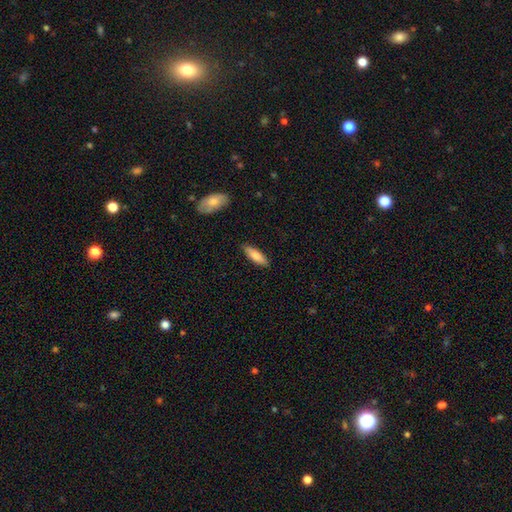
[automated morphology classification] This is clearly a smooth galaxy (81%). How rounded: possibly in between (50%). Merging: clearly none (85%).